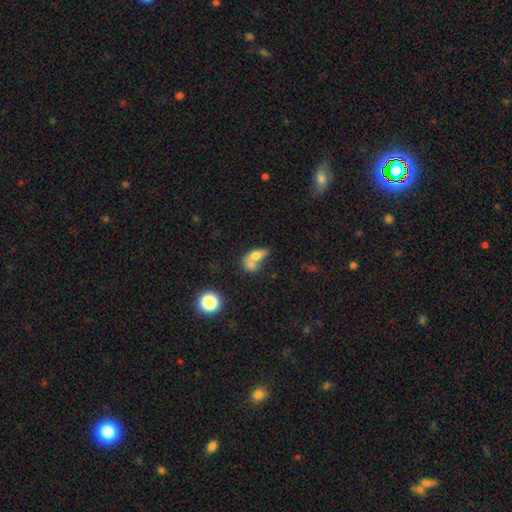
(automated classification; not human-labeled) This is likely a smooth galaxy (65%). How rounded: likely in between (71%). Merging: likely merger (60%).